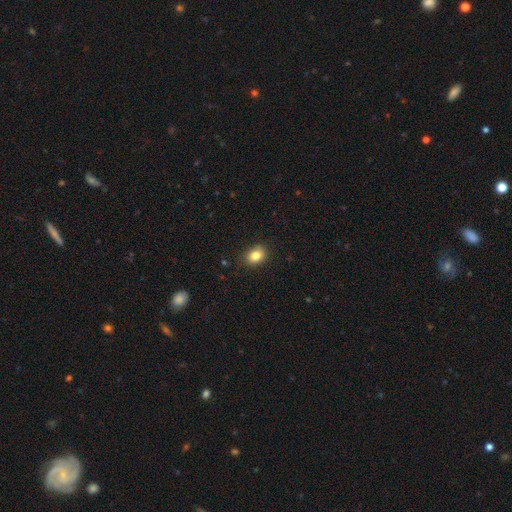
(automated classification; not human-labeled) smooth 83%, star or artifact 10%, featured or disk 7%. Down the decision tree: how rounded — in between (68%); merging — none (86%).